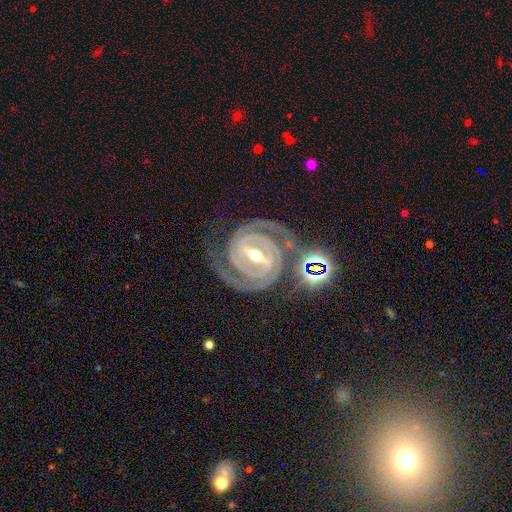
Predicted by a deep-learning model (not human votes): Smooth or featured?
  - featured or disk: 91% *
  - star or artifact: 6%
  - smooth: 3%
Edge-on disk?
  - no: 97% *
  - yes: 3%
Bar?
  - strong: 71% *
  - weak: 23%
  - no: 6%
Spiral arms?
  - yes: 98% *
  - no: 2%
Spiral winding?
  - tight: 77% *
  - medium: 20%
  - loose: 3%
Spiral arm count?
  - 2: 83% *
  - 3: 7%
  - can't tell: 4%
  - 4: 2%
  - 1: 2%
  - more than 4: 2%
Bulge size?
  - moderate: 59% *
  - small: 37%
  - large: 3%
  - none: 1%
  - dominant: 1%
Merging?
  - none: 75% *
  - minor disturbance: 13%
  - merger: 7%
  - major disturbance: 6%